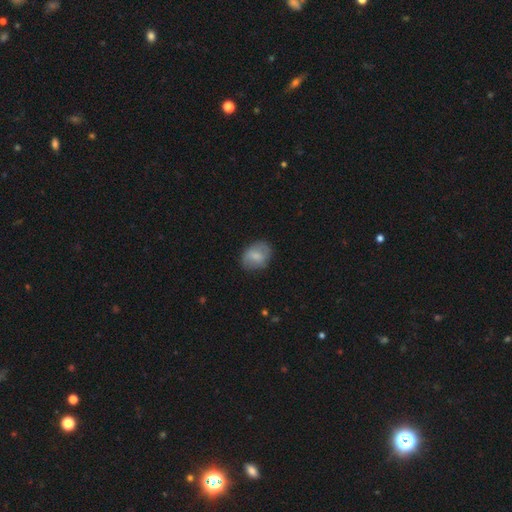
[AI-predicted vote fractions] A smooth galaxy with no disk features (71%) that is in between round and cigar-shaped (65%).

Vote fractions:
- Smooth or featured? smooth: 71% / featured or disk: 22% / star or artifact: 7%
- How rounded? in between: 65% / round: 34% / cigar-shaped: 1%
- Merging? none: 73% / minor disturbance: 20% / major disturbance: 6% / merger: 1%